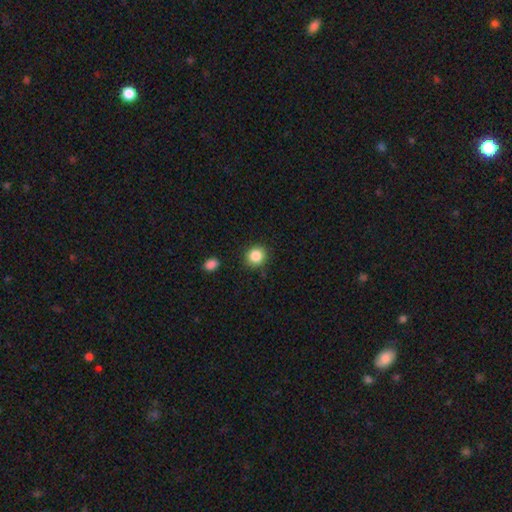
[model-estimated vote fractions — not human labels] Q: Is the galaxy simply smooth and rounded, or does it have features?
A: smooth — 86%.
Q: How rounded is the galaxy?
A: round — 85%.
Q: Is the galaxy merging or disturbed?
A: none — 88%.